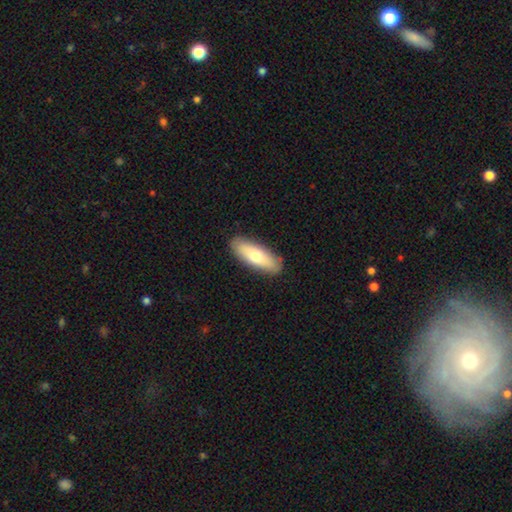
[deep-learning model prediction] A smooth galaxy with no disk features (68%) that is in between round and cigar-shaped (60%). Merging: none (89%).